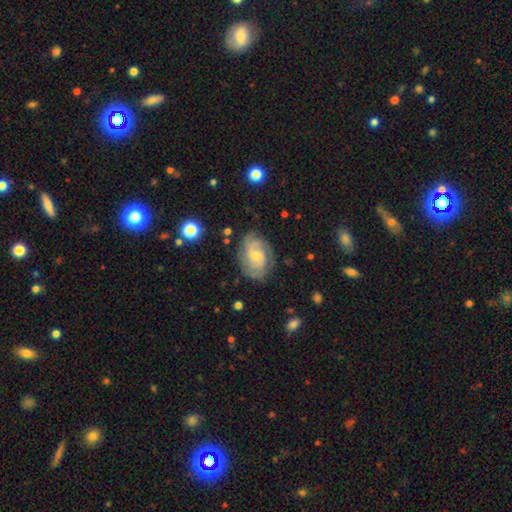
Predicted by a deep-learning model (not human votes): smooth_or_featured: featured or disk (p=0.75) [alt: smooth p=0.18]
disk_edge_on: no (p=0.97) [alt: yes p=0.03]
bar: no (p=0.57) [alt: weak p=0.37]
has_spiral_arms: yes (p=0.91) [alt: no p=0.09]
spiral_winding: tight (p=0.54) [alt: medium p=0.36]
spiral_arm_count: 2 (p=0.46) [alt: can't tell p=0.29]
bulge_size: small (p=0.59) [alt: moderate p=0.36]
merging: none (p=0.74) [alt: minor disturbance p=0.18]